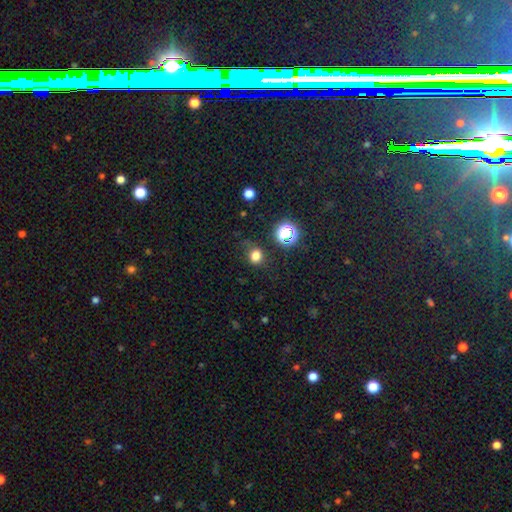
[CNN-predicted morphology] Smooth or featured: smooth — 76% (star or artifact — 18%)
How rounded: round — 76% (in between — 23%)
Merging: none — 71% (minor disturbance — 19%)